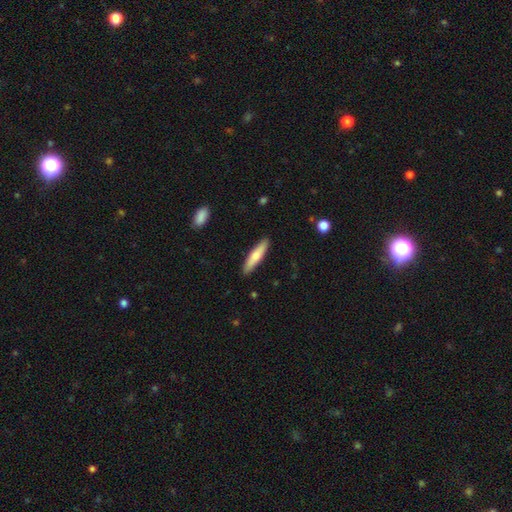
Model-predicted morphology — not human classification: The model was most divided on "smooth or featured": smooth: 68%, featured or disk: 27%, star or artifact: 5%. More confident: merging — none (90%); how rounded — cigar-shaped (82%).